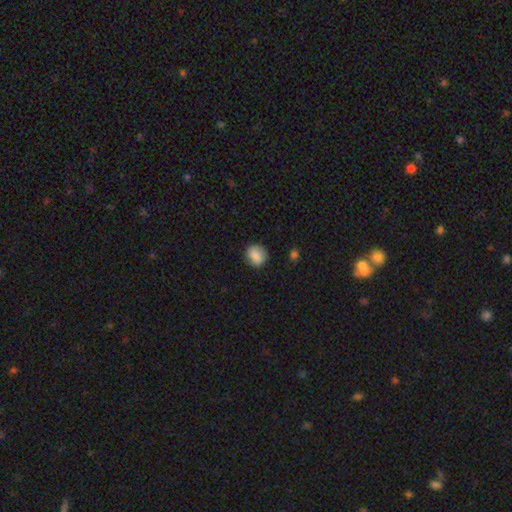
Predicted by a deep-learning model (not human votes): This is clearly a smooth galaxy (84%). How rounded: likely round (72%). Merging: clearly none (83%).